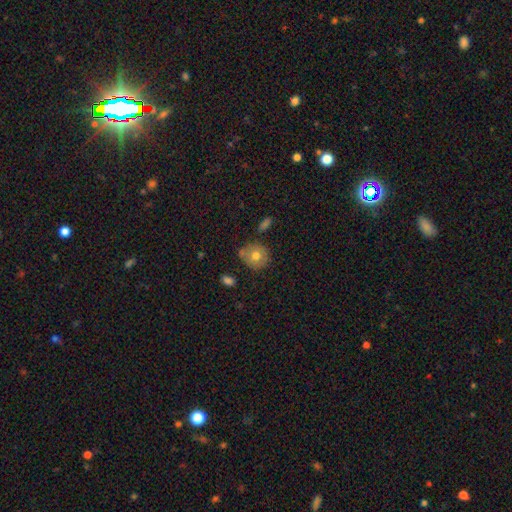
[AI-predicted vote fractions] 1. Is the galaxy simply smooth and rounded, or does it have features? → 71% smooth, 21% featured or disk, 9% star or artifact.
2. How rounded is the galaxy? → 82% round, 17% in between, 1% cigar-shaped.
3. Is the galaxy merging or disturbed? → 70% none, 19% minor disturbance, 6% merger, 4% major disturbance.